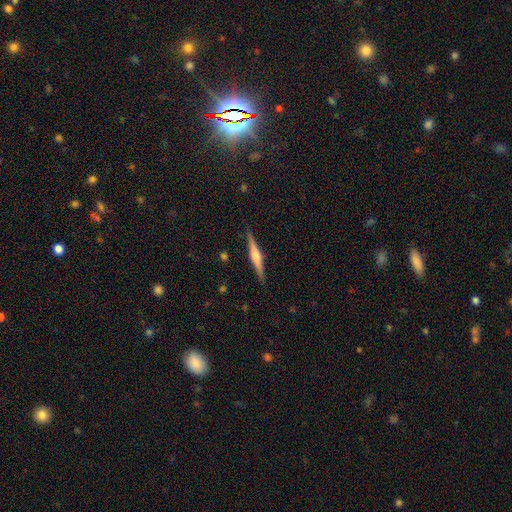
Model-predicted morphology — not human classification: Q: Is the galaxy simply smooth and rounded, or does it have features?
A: featured or disk — 65%.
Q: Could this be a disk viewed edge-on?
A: yes — 98%.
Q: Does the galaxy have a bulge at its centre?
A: rounded — 72%.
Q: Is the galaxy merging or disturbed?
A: none — 90%.